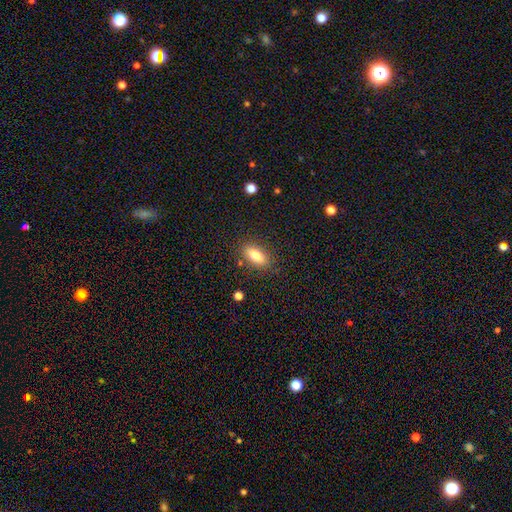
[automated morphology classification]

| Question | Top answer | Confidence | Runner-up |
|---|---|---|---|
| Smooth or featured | smooth | 77% | featured or disk (15%) |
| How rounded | in between | 82% | cigar-shaped (14%) |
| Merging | none | 85% | minor disturbance (10%) |